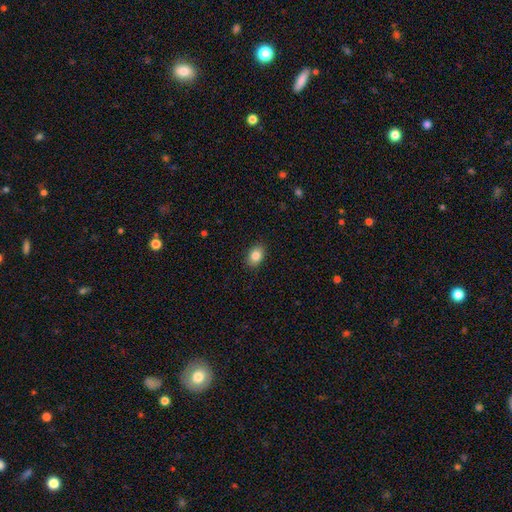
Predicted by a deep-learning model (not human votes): Morphology: type=smooth (85%); roundness=in between (82%); merging=none (89%).